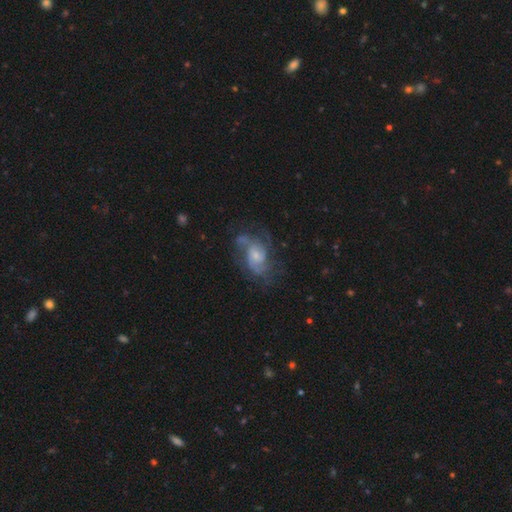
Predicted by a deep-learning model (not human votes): Q: Smooth or featured?
A: featured or disk (78%); runner-up: smooth (14%)
Q: Edge-on disk?
A: no (97%); runner-up: yes (3%)
Q: Bar?
A: no (63%); runner-up: weak (31%)
Q: Spiral arms?
A: yes (90%); runner-up: no (10%)
Q: Spiral winding?
A: medium (48%); runner-up: tight (31%)
Q: Spiral arm count?
A: 2 (39%); runner-up: can't tell (27%)
Q: Bulge size?
A: small (53%); runner-up: moderate (35%)
Q: Merging?
A: none (60%); runner-up: minor disturbance (20%)